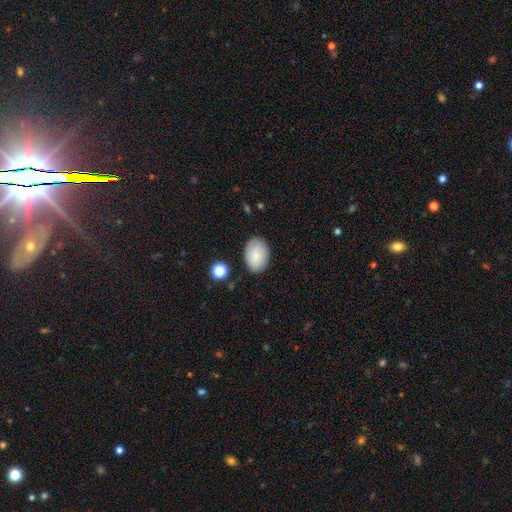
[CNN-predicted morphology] smooth 85%, featured or disk 8%, star or artifact 7%. Down the decision tree: how rounded — in between (84%); merging — none (84%).